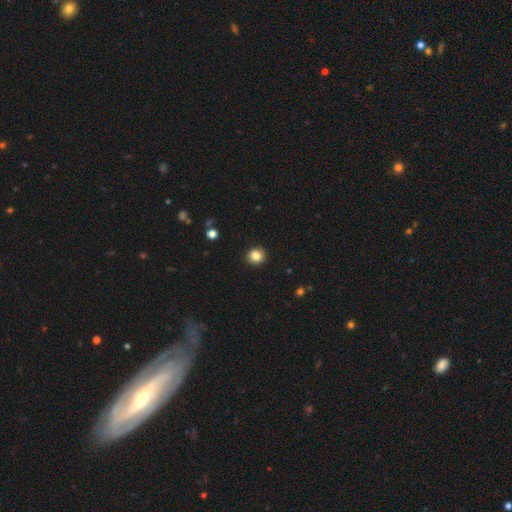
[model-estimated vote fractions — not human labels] Q: Smooth or featured?
A: smooth (85%); runner-up: star or artifact (11%)
Q: How rounded?
A: round (89%); runner-up: in between (10%)
Q: Merging?
A: none (93%); runner-up: minor disturbance (5%)